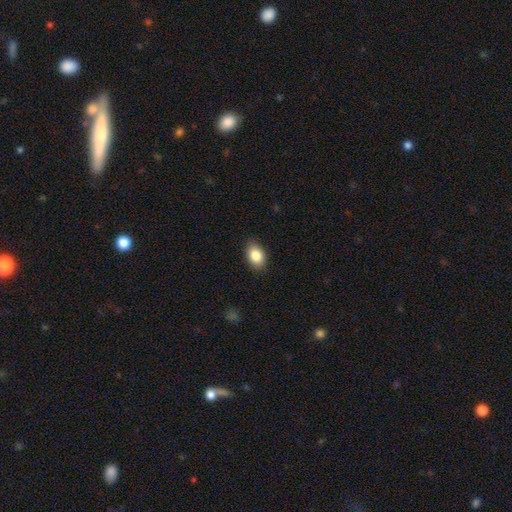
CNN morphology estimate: type=smooth (86%); roundness=in between (84%); merging=none (86%).